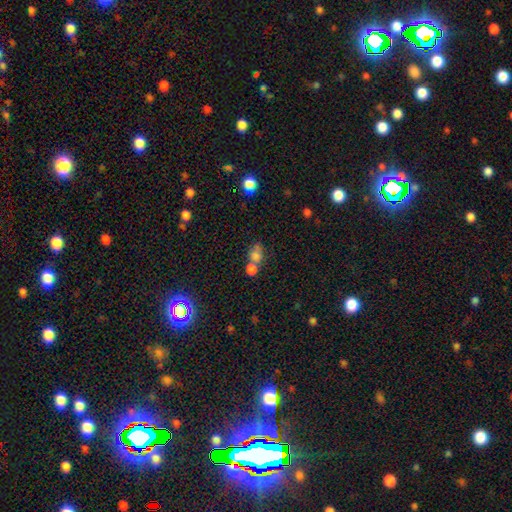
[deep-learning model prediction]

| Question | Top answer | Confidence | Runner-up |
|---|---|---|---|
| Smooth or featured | smooth | 72% | star or artifact (14%) |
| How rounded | in between | 62% | round (35%) |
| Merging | merger | 53% | none (31%) |